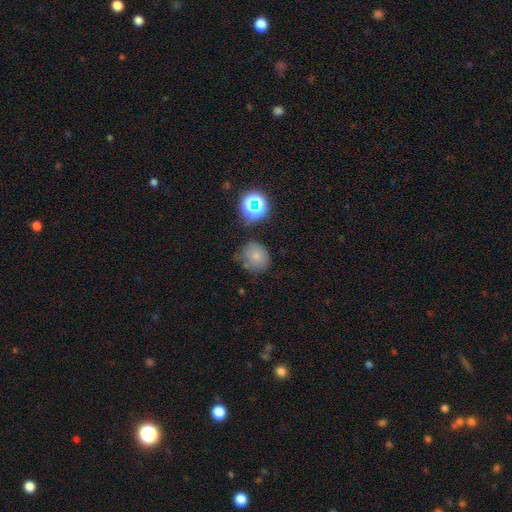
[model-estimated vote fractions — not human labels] Smooth or featured? smooth (70%)
How rounded? round (75%)
Merging? none (59%)